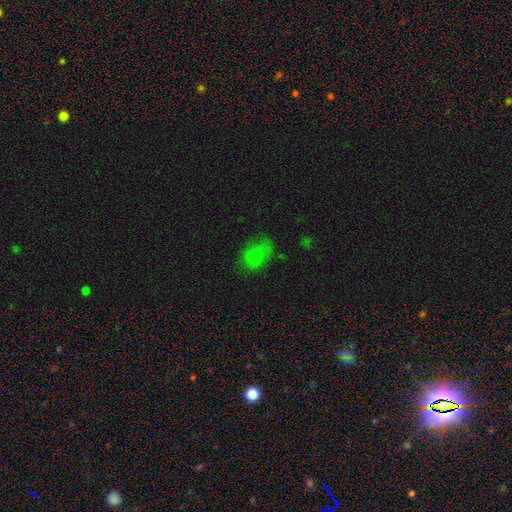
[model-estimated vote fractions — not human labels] Smooth or featured: smooth — 71% (star or artifact — 16%)
How rounded: in between — 82% (round — 16%)
Merging: none — 58% (minor disturbance — 28%)